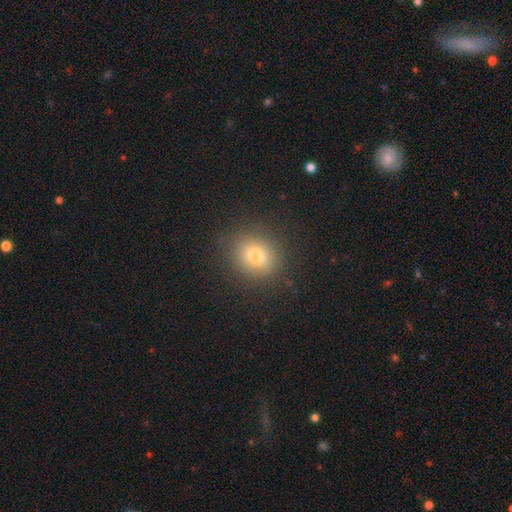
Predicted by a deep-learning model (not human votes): Smooth or featured? Predicted: smooth (p=0.76). How rounded? Predicted: round (p=0.62). Merging? Predicted: none (p=0.85).